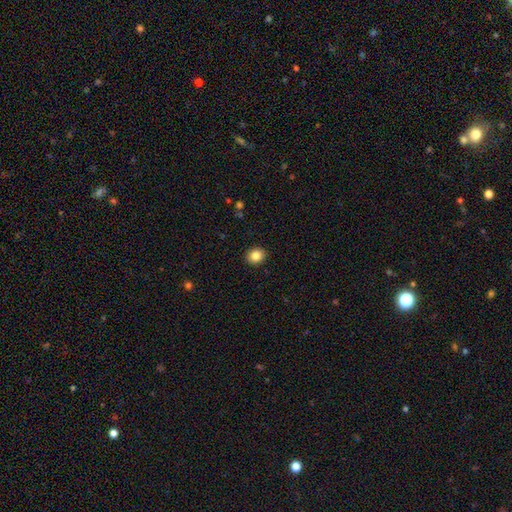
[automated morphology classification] smooth 86%, star or artifact 10%, featured or disk 5%. Down the decision tree: how rounded — round (63%); merging — none (91%).